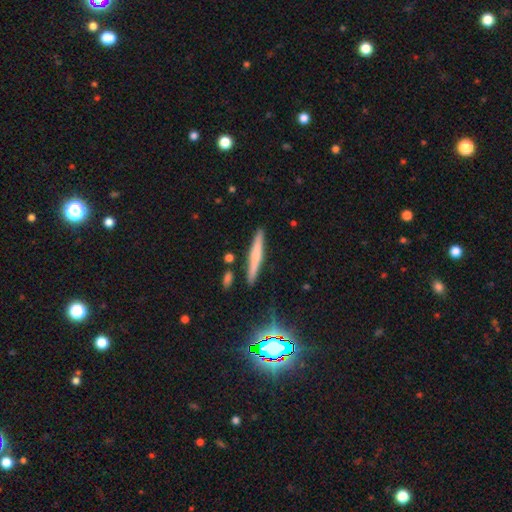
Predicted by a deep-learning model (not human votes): Morphology: type=smooth (53%); roundness=cigar-shaped (94%); merging=none (87%).